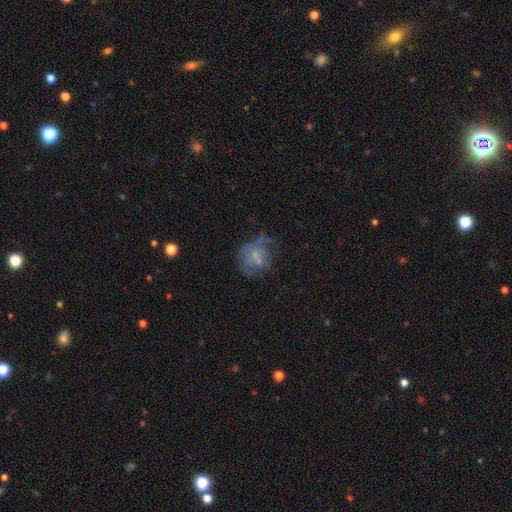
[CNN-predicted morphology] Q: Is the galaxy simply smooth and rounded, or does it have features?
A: featured or disk — 44%.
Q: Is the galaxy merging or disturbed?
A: none — 41%.